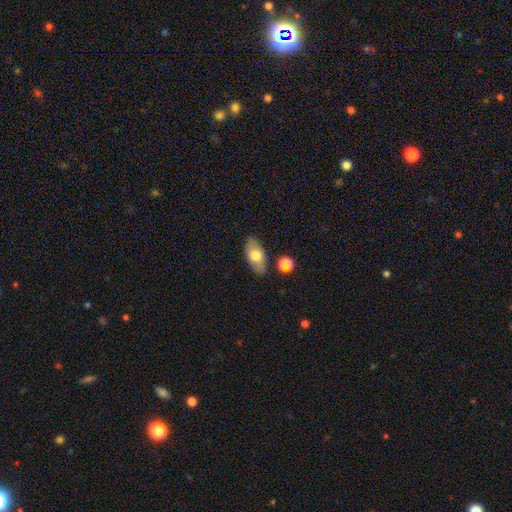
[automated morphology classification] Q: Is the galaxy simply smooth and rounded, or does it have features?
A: smooth — 72%.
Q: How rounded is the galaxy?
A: in between — 90%.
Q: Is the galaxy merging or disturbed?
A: none — 81%.